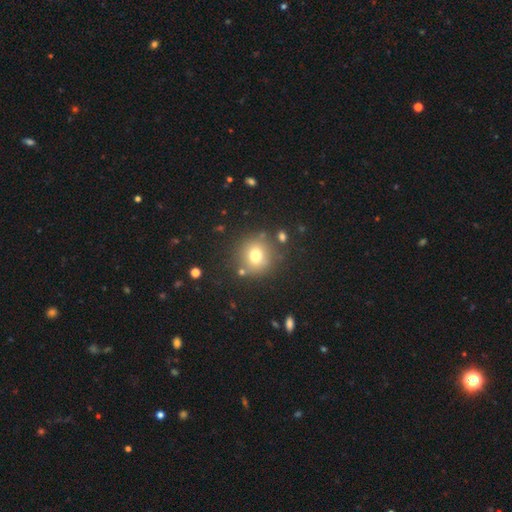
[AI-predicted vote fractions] smooth_or_featured: smooth (p=0.74) [alt: star or artifact p=0.14]
how_rounded: round (p=0.88) [alt: in between p=0.11]
merging: none (p=0.80) [alt: minor disturbance p=0.10]